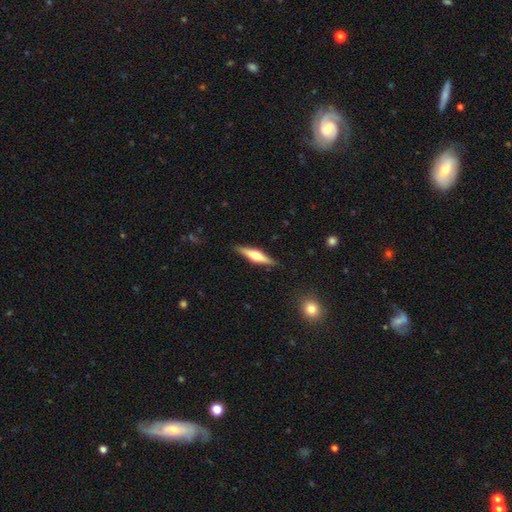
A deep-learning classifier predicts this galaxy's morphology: smooth-or-featured: featured or disk: 61% | smooth: 33% | star or artifact: 6%
  disk-edge-on: yes: 97% | no: 3%
    edge-on-bulge: rounded: 89% | boxy: 8% | none: 3%
  merging: none: 89% | minor disturbance: 8% | major disturbance: 2% | merger: 1%